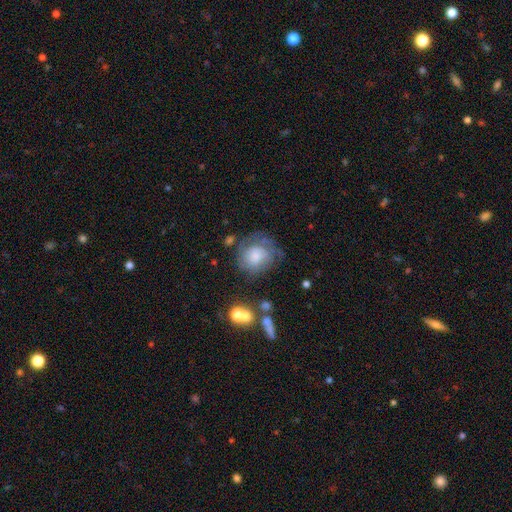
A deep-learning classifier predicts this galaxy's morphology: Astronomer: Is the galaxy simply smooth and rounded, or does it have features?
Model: smooth — 54% (runner-up: featured or disk, 37%).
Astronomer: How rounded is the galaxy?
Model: round — 76%.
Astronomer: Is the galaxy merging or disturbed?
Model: none — 52%.